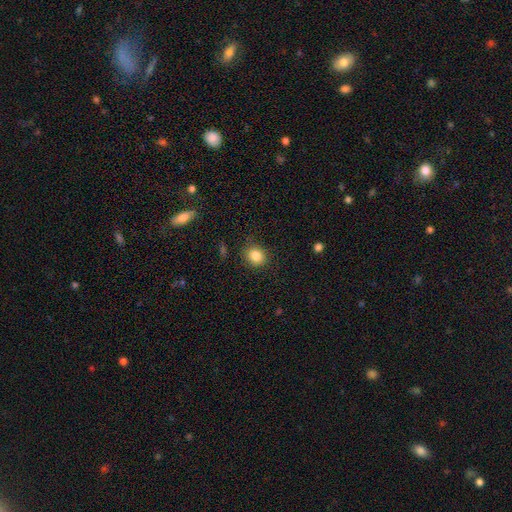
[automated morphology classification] Smooth or featured? smooth (84%)
How rounded? round (73%)
Merging? none (85%)